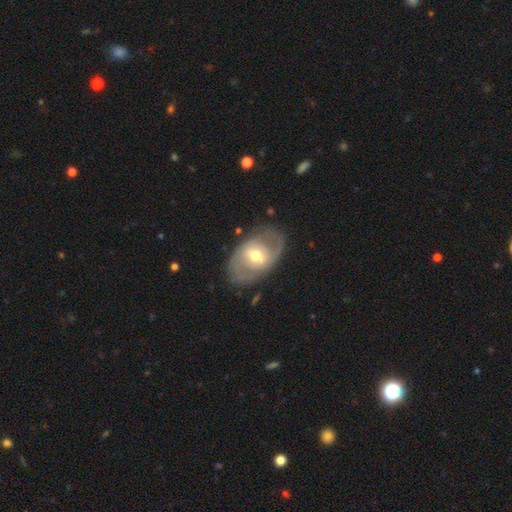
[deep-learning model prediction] The model was most divided on "bar": weak: 45%, no: 34%, strong: 21%. More confident: edge-on disk — no (94%); merging — none (76%); smooth or featured — featured or disk (70%); bulge size — moderate (70%); spiral arms — yes (65%).